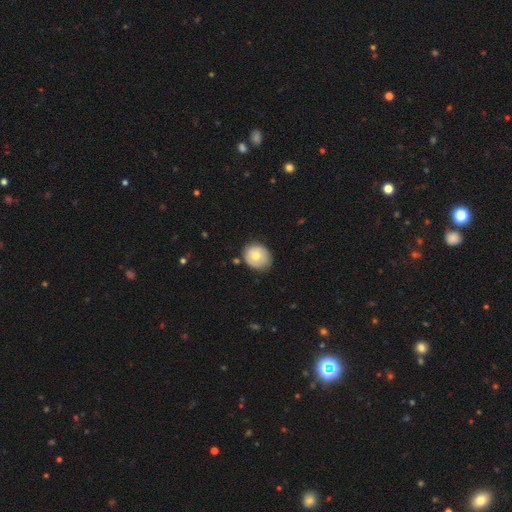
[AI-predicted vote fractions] smooth_or_featured: smooth (p=0.63) [alt: featured or disk p=0.30]
how_rounded: round (p=0.70) [alt: in between p=0.29]
merging: none (p=0.70) [alt: minor disturbance p=0.23]